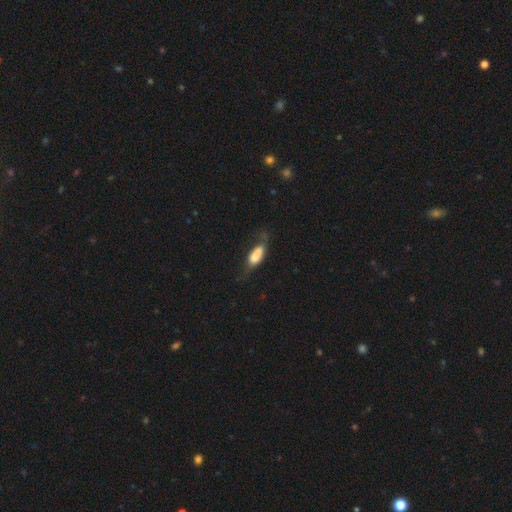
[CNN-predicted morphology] smooth-or-featured: smooth: 71% | featured or disk: 21% | star or artifact: 8%
  how-rounded: in between: 74% | cigar-shaped: 23% | round: 3%
  merging: none: 38% | minor disturbance: 31% | major disturbance: 26% | merger: 5%